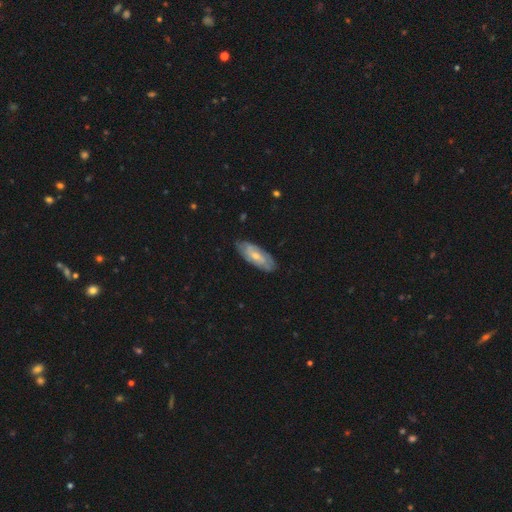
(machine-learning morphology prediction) Smooth or featured: featured or disk — 52% (smooth — 42%)
Edge-on disk: no — 83% (yes — 17%)
Merging: none — 79% (minor disturbance — 16%)